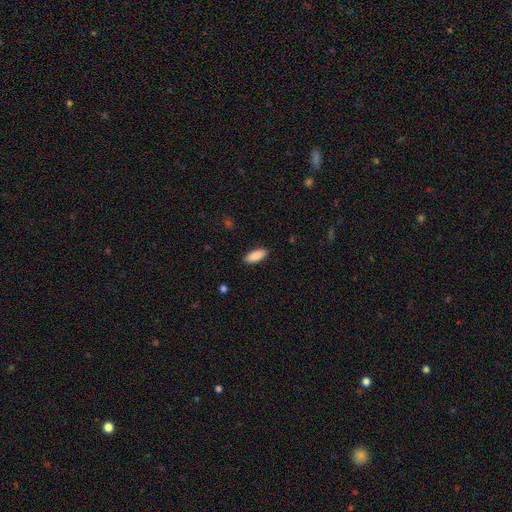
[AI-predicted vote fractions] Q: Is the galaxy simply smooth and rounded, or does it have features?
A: smooth — 90%.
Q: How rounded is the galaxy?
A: in between — 79%.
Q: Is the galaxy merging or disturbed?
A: none — 89%.